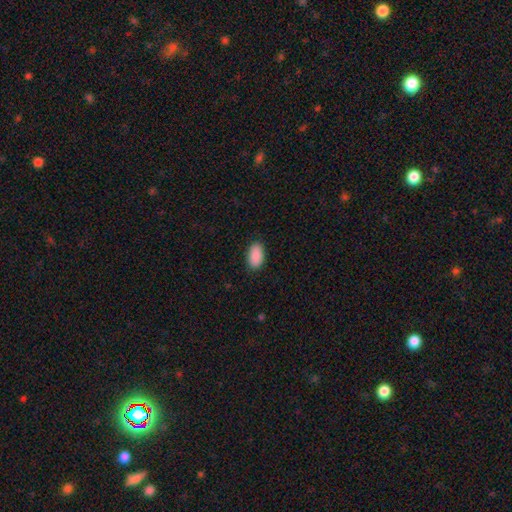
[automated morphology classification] This appears to be a smooth galaxy with no disk features (91%) that is in between round and cigar-shaped (95%). Merging: none (88%).